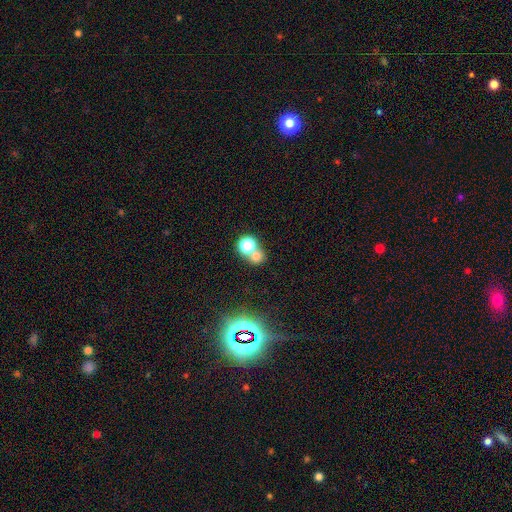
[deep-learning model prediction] A smooth galaxy with no disk features (72%) that is round (79%). Merging: merger (55%).